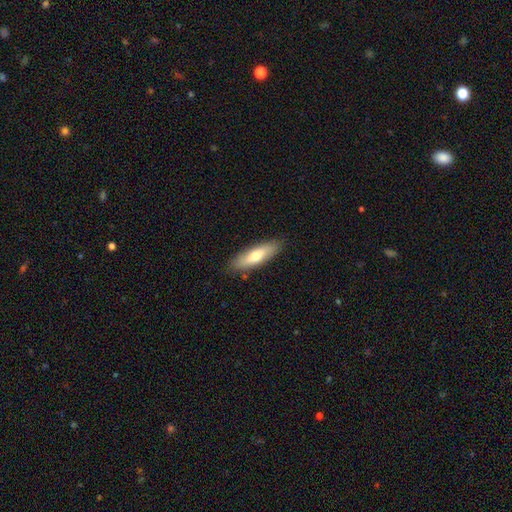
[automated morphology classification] smooth 67%, featured or disk 28%, star or artifact 6%. Down the decision tree: how rounded — cigar-shaped (51%); merging — none (86%).